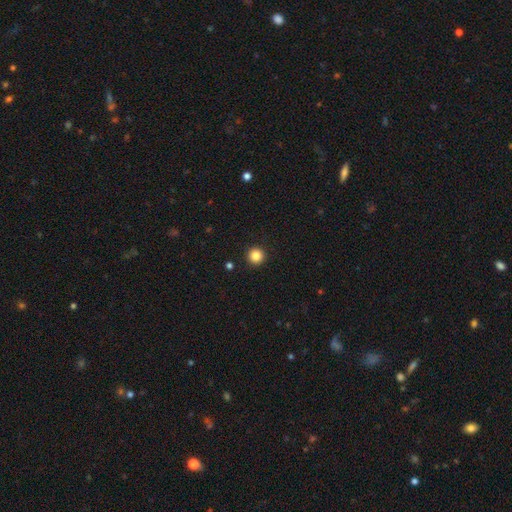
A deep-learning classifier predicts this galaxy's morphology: Overall: smooth (85%). How rounded: round (96%). Merging: none (93%).